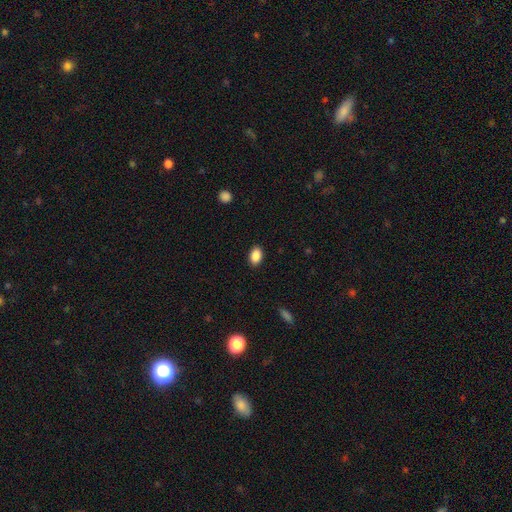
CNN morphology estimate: A smooth galaxy with no disk features (90%) that is in between round and cigar-shaped (89%).

Vote fractions:
- Smooth or featured? smooth: 90% / star or artifact: 8% / featured or disk: 3%
- How rounded? in between: 89% / round: 10% / cigar-shaped: 1%
- Merging? none: 89% / minor disturbance: 8% / major disturbance: 2% / merger: 1%